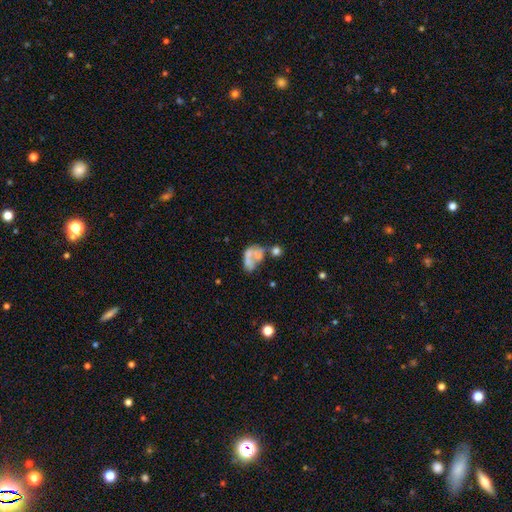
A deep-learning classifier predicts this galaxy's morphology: featured or disk 47%, smooth 40%, star or artifact 13%. Down the decision tree: merging — merger (32%).